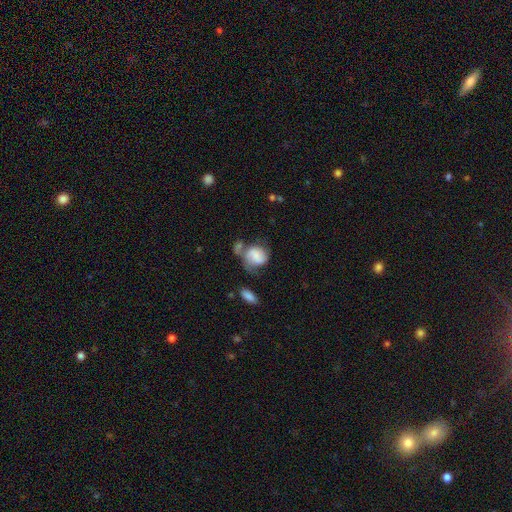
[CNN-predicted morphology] smooth 58%, featured or disk 33%, star or artifact 8%. Down the decision tree: how rounded — round (54%); merging — none (29%).